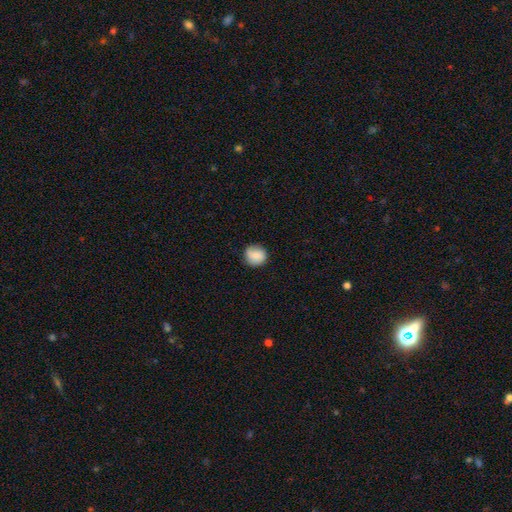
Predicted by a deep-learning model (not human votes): Morphology: type=smooth (82%); roundness=round (87%); merging=none (81%).